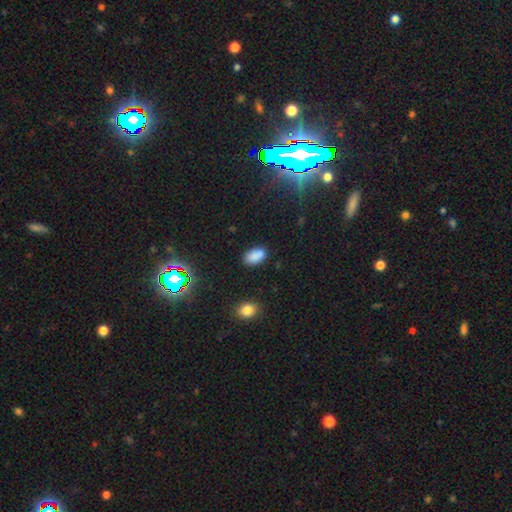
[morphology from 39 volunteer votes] Overall: smooth (82%). How rounded: in between (100%). Merging: none (83%).